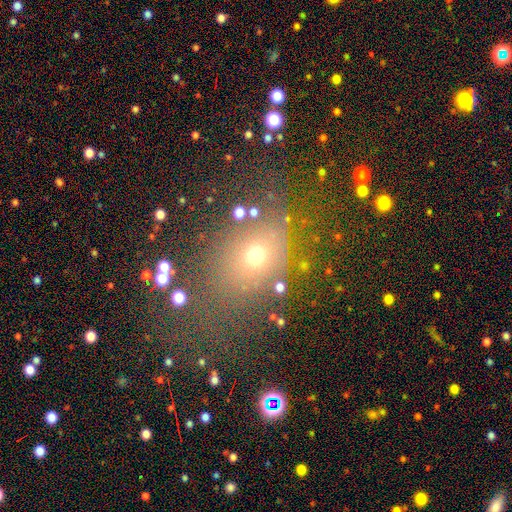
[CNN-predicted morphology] Overall: smooth (61%; star or artifact 24%). How rounded: round (51%; in between 47%). Merging: none (64%).